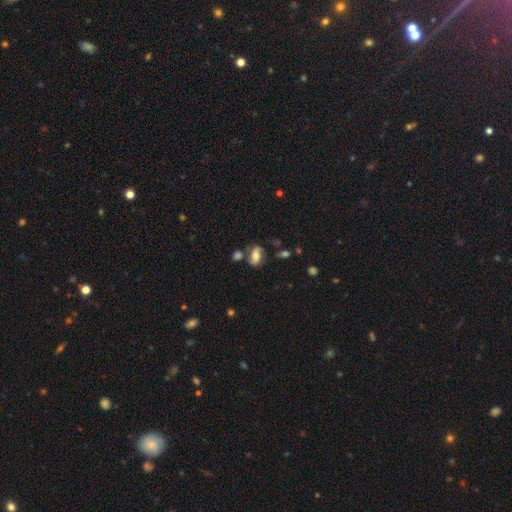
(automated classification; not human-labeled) Smooth or featured? featured or disk (54%)
Edge-on disk? no (93%)
Bar? no (43%)
Spiral arms? yes (81%)
Bulge size? moderate (63%)
Merging? none (60%)